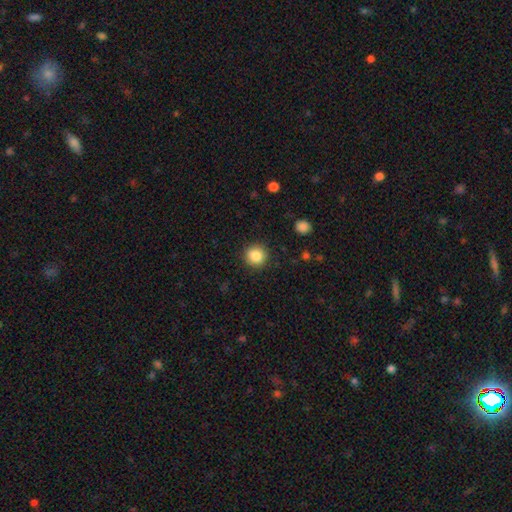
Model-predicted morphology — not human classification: Overall: smooth (86%). How rounded: round (92%). Merging: none (90%).